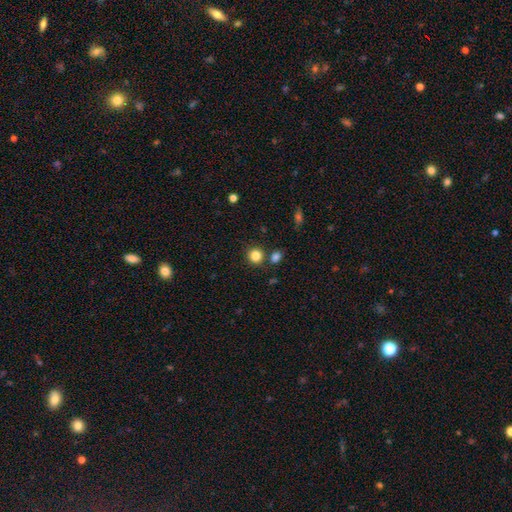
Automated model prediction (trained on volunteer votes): The model was most divided on "merging": none: 79%, merger: 10%, minor disturbance: 8%, major disturbance: 3%. More confident: how rounded — round (88%); smooth or featured — smooth (84%).